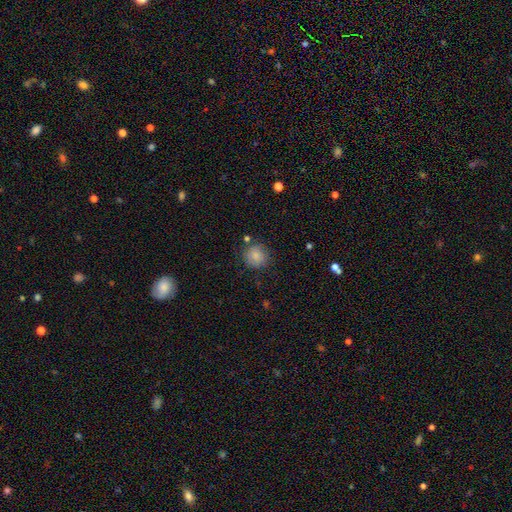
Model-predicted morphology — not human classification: type=smooth (84%); roundness=round (90%); merging=none (80%).